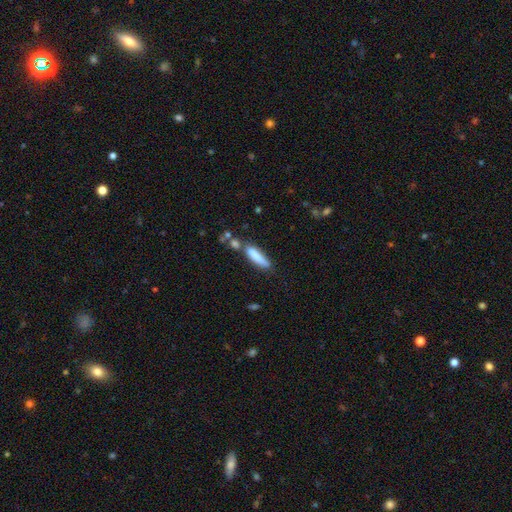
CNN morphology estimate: Smooth or featured: smooth — 78% (featured or disk — 14%)
How rounded: cigar-shaped — 78% (in between — 20%)
Merging: none — 61% (minor disturbance — 18%)